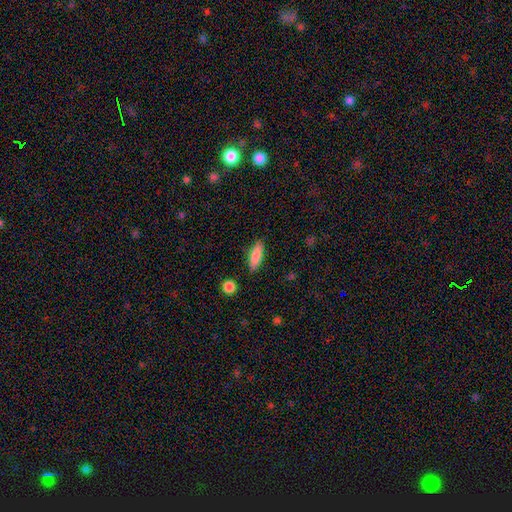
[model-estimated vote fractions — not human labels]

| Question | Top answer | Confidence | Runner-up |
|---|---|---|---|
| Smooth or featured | smooth | 83% | featured or disk (11%) |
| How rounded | in between | 52% | cigar-shaped (45%) |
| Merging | none | 85% | minor disturbance (10%) |